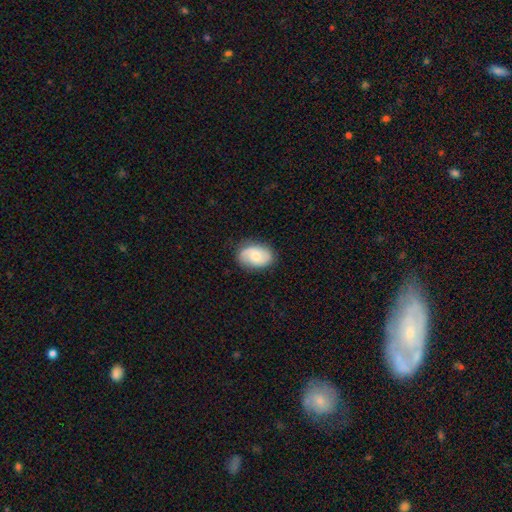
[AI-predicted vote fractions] A smooth galaxy with no disk features (51%) that is in between round and cigar-shaped (83%).

Vote fractions:
- Smooth or featured? smooth: 51% / featured or disk: 42% / star or artifact: 7%
- How rounded? in between: 83% / round: 16% / cigar-shaped: 1%
- Merging? none: 78% / minor disturbance: 16% / major disturbance: 4% / merger: 1%